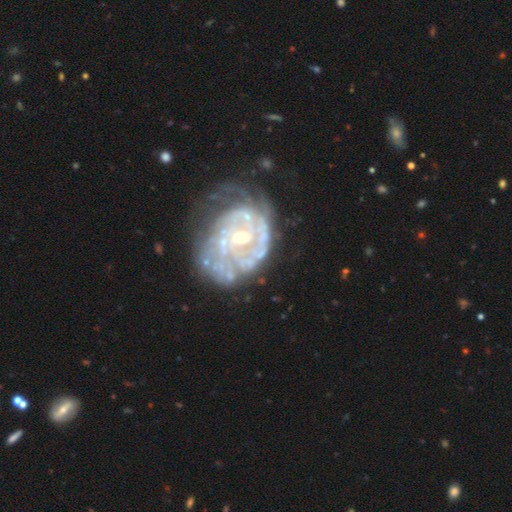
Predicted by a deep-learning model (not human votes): featured or disk 84%, smooth 9%, star or artifact 7%. Down the decision tree: edge-on disk — no (97%); bar — no (53%); spiral arms — yes (85%); spiral arm count — can't tell (40%); spiral winding — tight (63%); bulge size — moderate (48%); merging — none (47%).